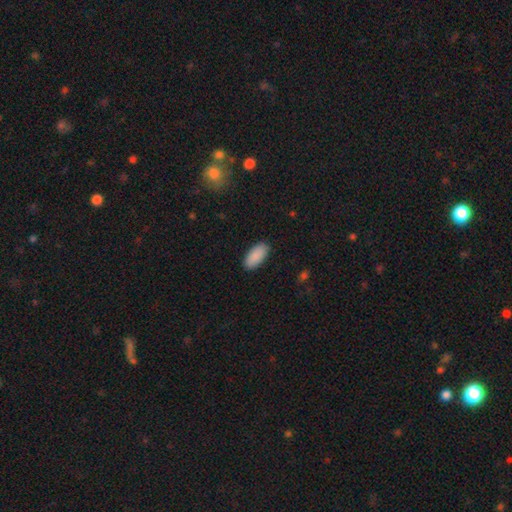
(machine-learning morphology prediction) Q: Smooth or featured?
A: smooth (91%); runner-up: star or artifact (6%)
Q: How rounded?
A: in between (92%); runner-up: cigar-shaped (6%)
Q: Merging?
A: none (89%); runner-up: minor disturbance (9%)